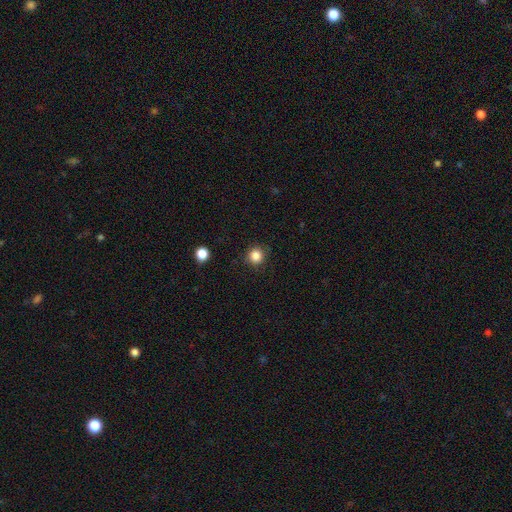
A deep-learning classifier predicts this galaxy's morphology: The model was most divided on "smooth or featured": smooth: 85%, star or artifact: 11%, featured or disk: 4%. More confident: how rounded — round (92%); merging — none (88%).